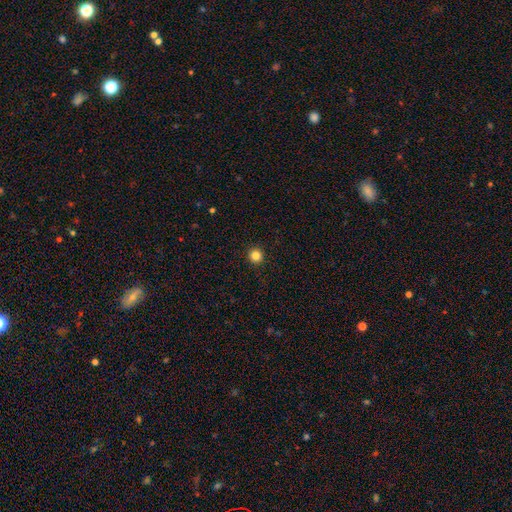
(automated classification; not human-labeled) Smooth or featured? smooth (83%)
How rounded? round (95%)
Merging? none (94%)